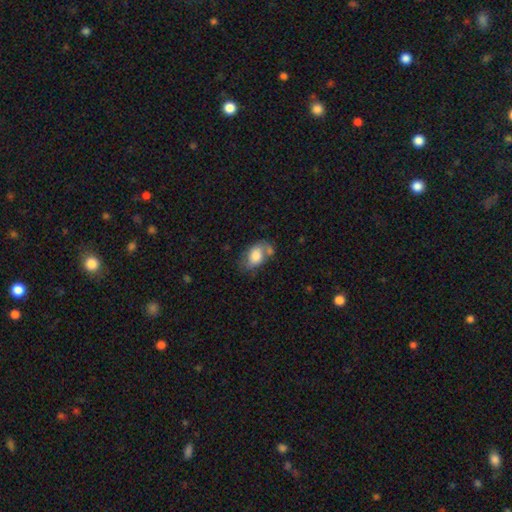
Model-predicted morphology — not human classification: smooth 76%, featured or disk 17%, star or artifact 7%. Down the decision tree: how rounded — in between (86%); merging — none (41%).